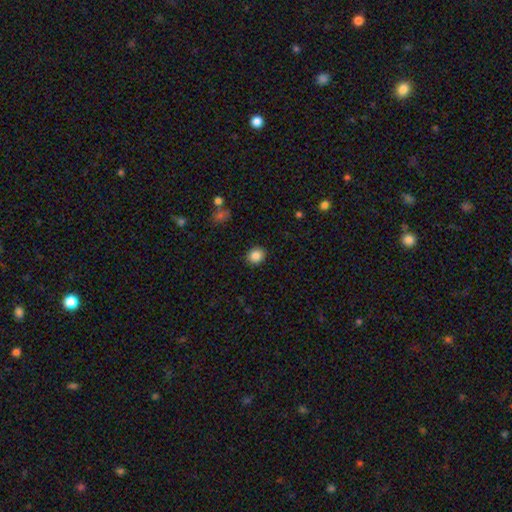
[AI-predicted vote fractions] Morphology: type=smooth (87%); roundness=round (73%); merging=none (90%).